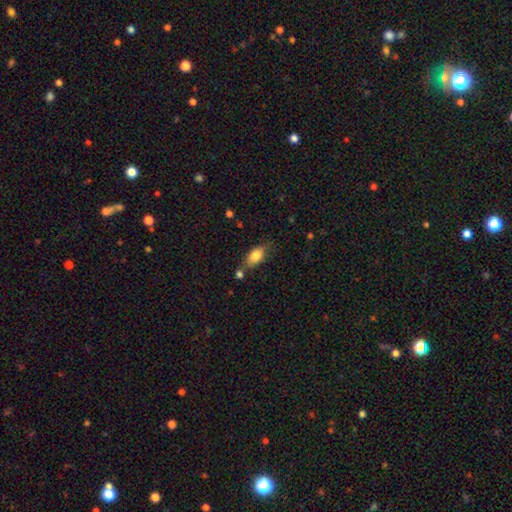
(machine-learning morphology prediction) type=smooth (79%); roundness=in between (86%); merging=none (60%).